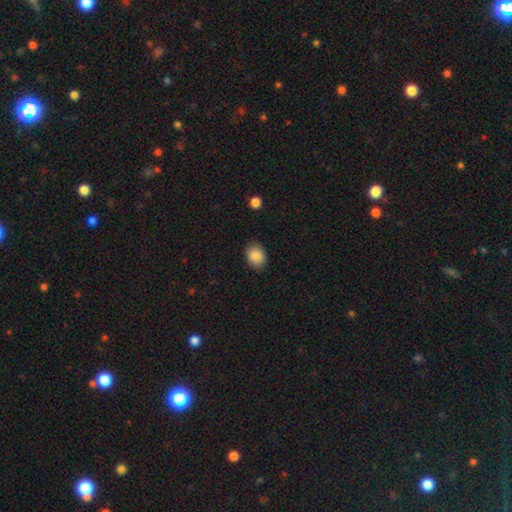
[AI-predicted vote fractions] The model was most divided on "how rounded": in between: 59%, round: 40%, cigar-shaped: 1%. More confident: smooth or featured — smooth (88%); merging — none (86%).